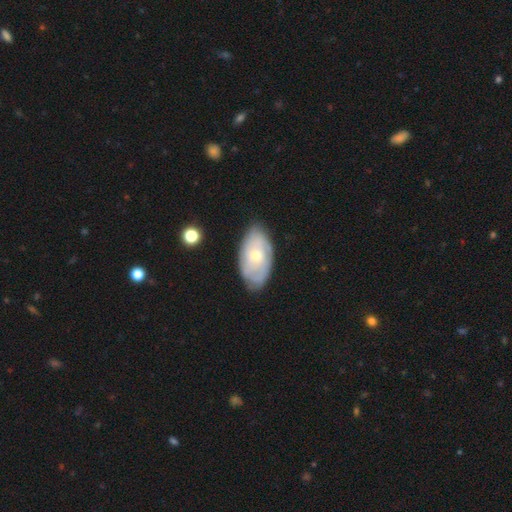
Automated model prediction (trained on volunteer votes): This is possibly a featured or disk galaxy (55%). It is clearly not viewed edge-on (92%). Bar: likely no (80%). Spiral arm pattern: possibly yes (59%). Central bulge: possibly moderate (52%). Merging: likely none (71%).